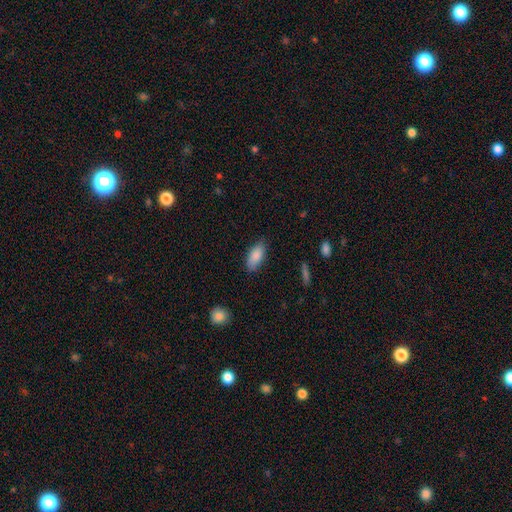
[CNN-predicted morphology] Overall: smooth (87%). How rounded: in between (88%). Merging: none (79%).